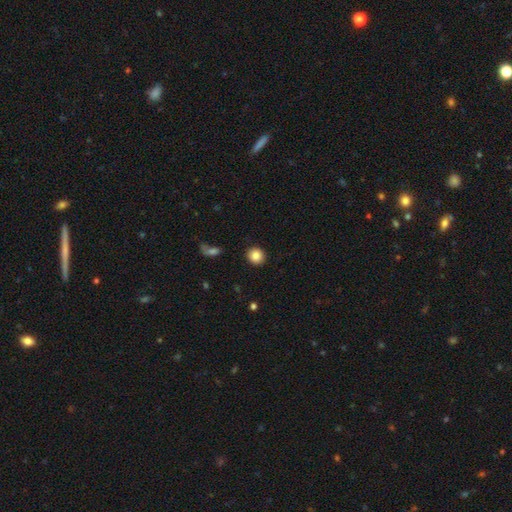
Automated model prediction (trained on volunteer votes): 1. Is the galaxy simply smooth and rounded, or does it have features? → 86% smooth, 9% star or artifact, 5% featured or disk.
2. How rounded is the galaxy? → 89% round, 10% in between, 1% cigar-shaped.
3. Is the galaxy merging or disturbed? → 91% none, 5% minor disturbance, 2% major disturbance, 1% merger.